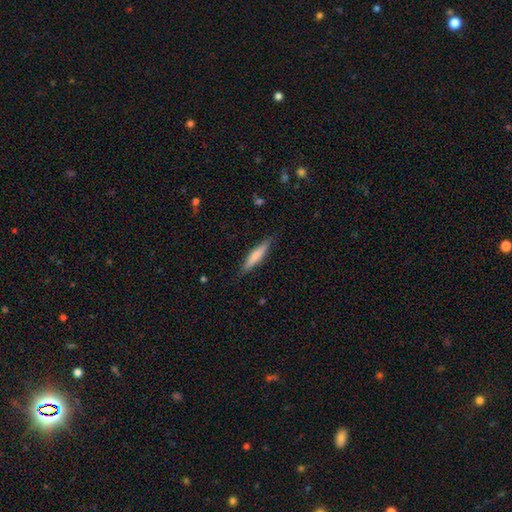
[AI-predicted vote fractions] A smooth galaxy with no disk features (69%) that is cigar-shaped (87%).

Vote fractions:
- Smooth or featured? smooth: 69% / featured or disk: 26% / star or artifact: 6%
- How rounded? cigar-shaped: 87% / in between: 12% / round: 1%
- Merging? none: 86% / minor disturbance: 11% / major disturbance: 2% / merger: 1%